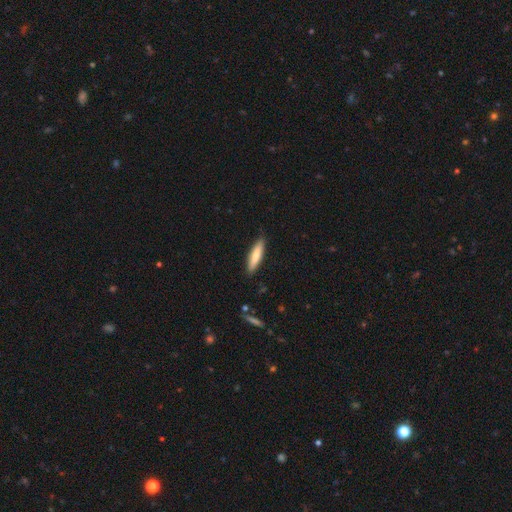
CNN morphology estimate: A smooth galaxy with no disk features (76%) that is cigar-shaped (77%). Merging: none (88%).